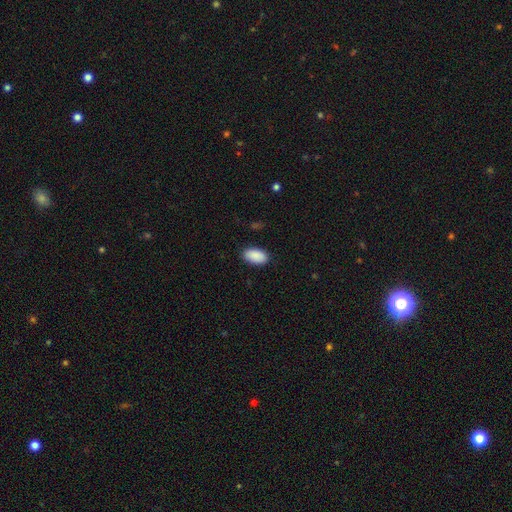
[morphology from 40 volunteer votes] Smooth or featured?
  - smooth: 90% *
  - star or artifact: 8%
  - featured or disk: 2%
How rounded?
  - in between: 97% *
  - cigar-shaped: 3%
  - round: 0%
Merging?
  - none: 95% *
  - minor disturbance: 3%
  - major disturbance: 3%
  - merger: 0%